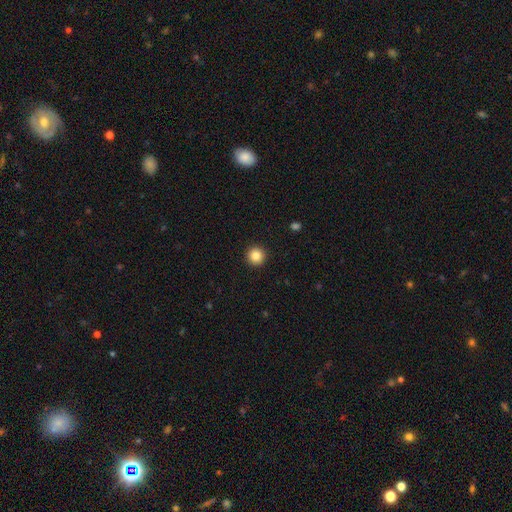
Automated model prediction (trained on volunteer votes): Smooth or featured? smooth (85%)
How rounded? round (96%)
Merging? none (94%)